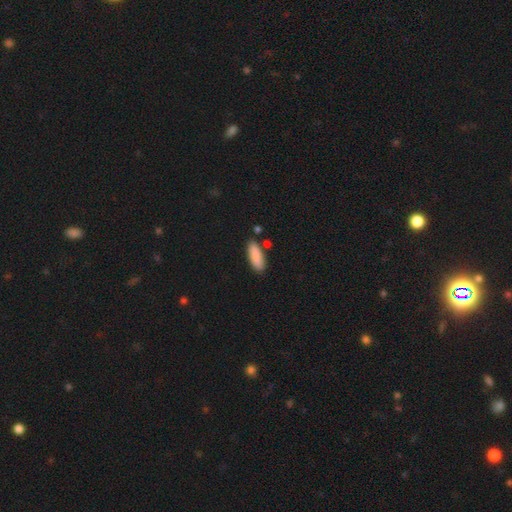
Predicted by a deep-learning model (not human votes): smooth_or_featured: smooth (p=0.88) [alt: featured or disk p=0.06]
how_rounded: in between (p=0.59) [alt: cigar-shaped p=0.40]
merging: none (p=0.80) [alt: minor disturbance p=0.12]